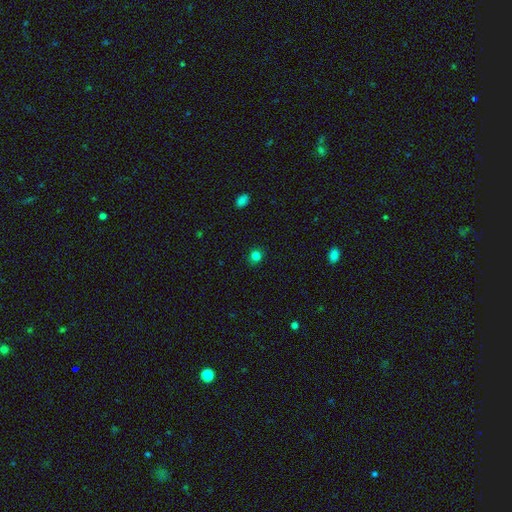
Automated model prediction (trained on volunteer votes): Smooth or featured? Predicted: smooth (p=0.80). How rounded? Predicted: round (p=0.80). Merging? Predicted: none (p=0.87).